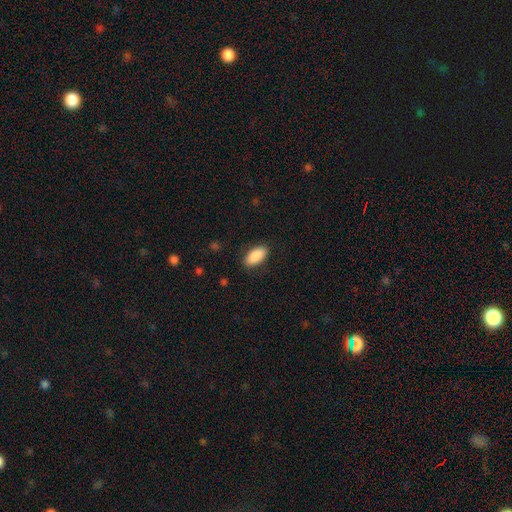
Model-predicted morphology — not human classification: A smooth galaxy with no disk features (89%) that is in between round and cigar-shaped (92%). Merging: none (87%).